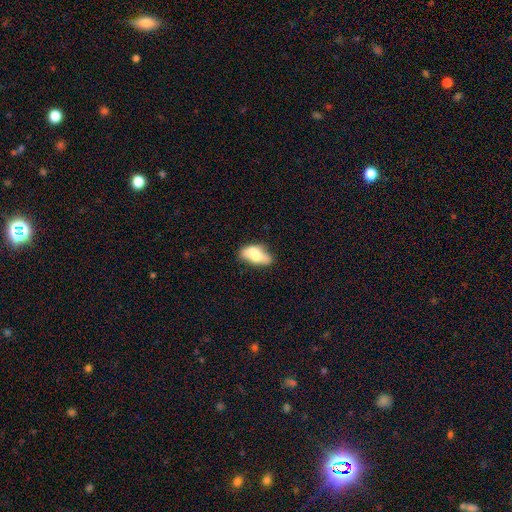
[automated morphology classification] Smooth or featured? smooth (58%)
How rounded? in between (85%)
Merging? none (50%)